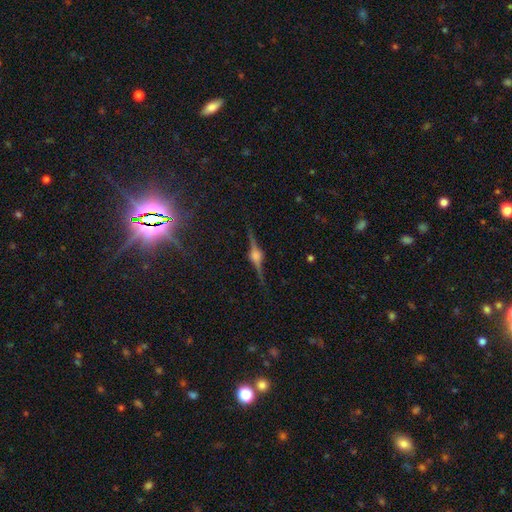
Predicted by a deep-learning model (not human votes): Overall: featured or disk (85%). Edge-on disk: yes (97%). Edge-on bulge: rounded (91%). Merging: none (89%).